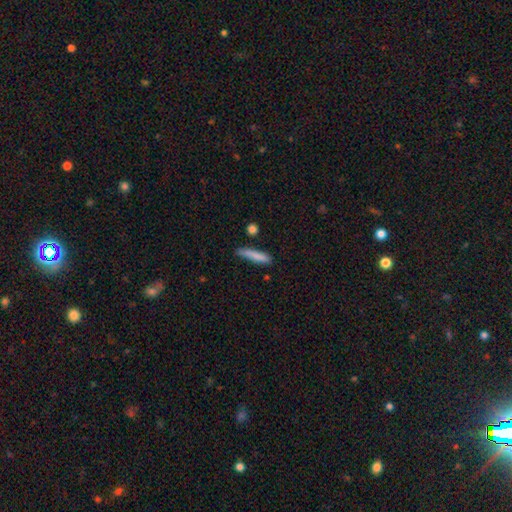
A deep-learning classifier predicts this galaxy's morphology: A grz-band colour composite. It shows a smooth galaxy with no disk features (81%) that is cigar-shaped (88%). Merging: none (70%).